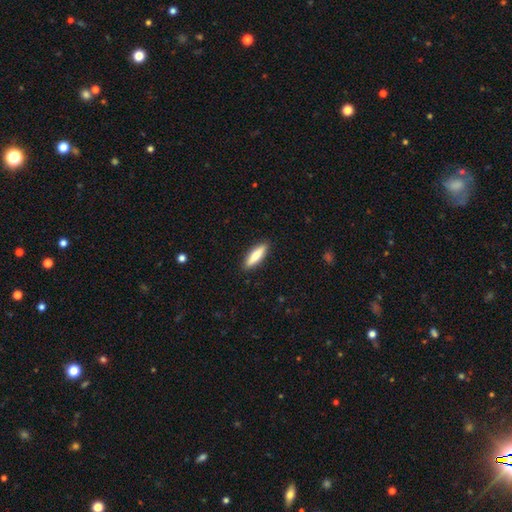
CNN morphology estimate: Smooth or featured: smooth — 76% (featured or disk — 18%)
How rounded: cigar-shaped — 63% (in between — 35%)
Merging: none — 90% (minor disturbance — 7%)